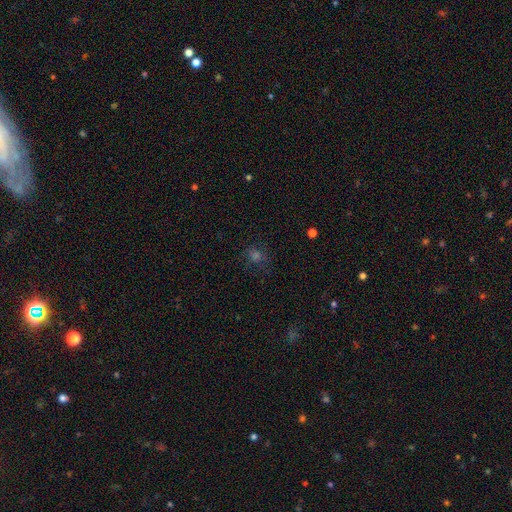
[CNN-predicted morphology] type=smooth (51%); roundness=round (73%); merging=none (76%).